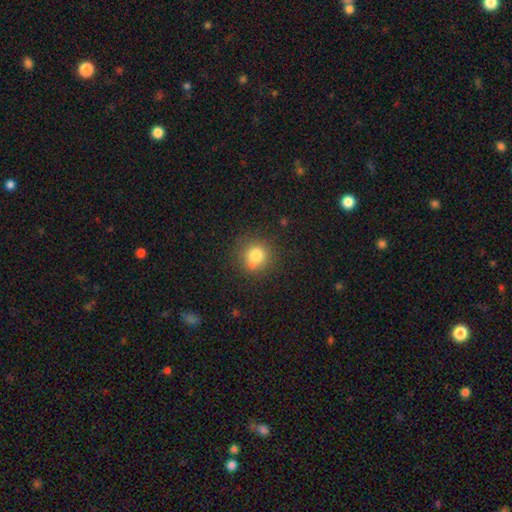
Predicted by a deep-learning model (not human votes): Smooth or featured? smooth (79%)
How rounded? round (91%)
Merging? none (78%)